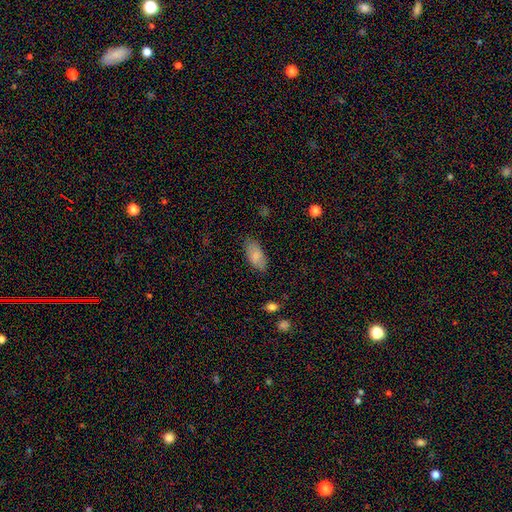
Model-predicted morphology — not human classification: Q: Smooth or featured?
A: smooth (82%); runner-up: featured or disk (11%)
Q: How rounded?
A: in between (92%); runner-up: cigar-shaped (6%)
Q: Merging?
A: none (80%); runner-up: minor disturbance (16%)